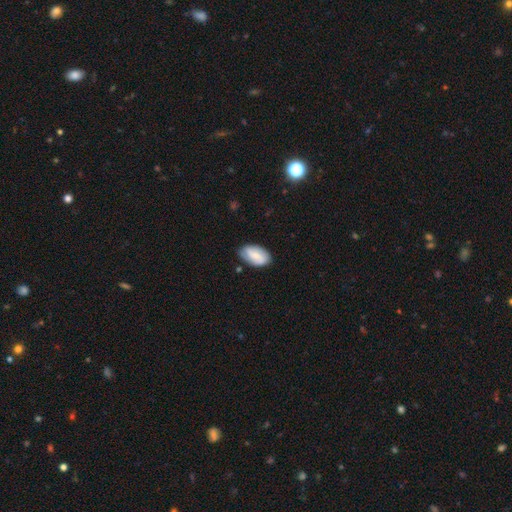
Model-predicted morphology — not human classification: A smooth galaxy with no disk features (65%) that is in between round and cigar-shaped (94%). Merging: none (75%).